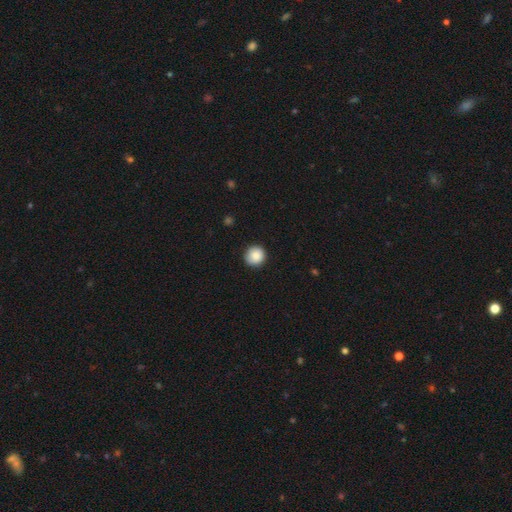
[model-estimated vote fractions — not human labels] A smooth galaxy with no disk features (87%) that is round (93%). Merging: none (88%).